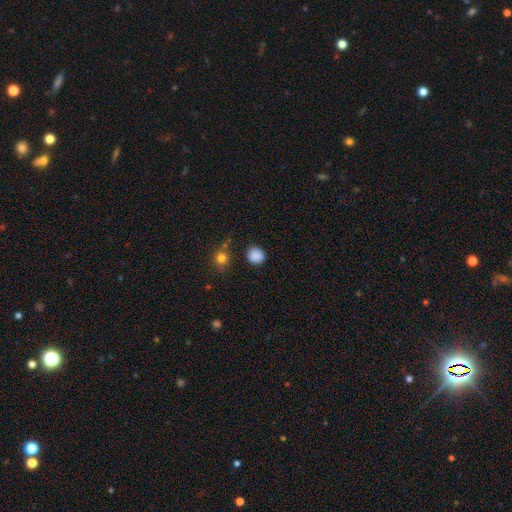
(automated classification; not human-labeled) This is clearly a smooth galaxy (87%). How rounded: clearly round (87%). Merging: clearly none (84%).